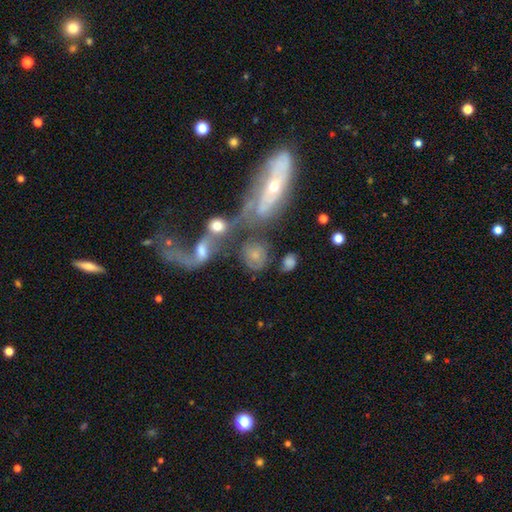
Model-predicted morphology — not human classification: Q: Smooth or featured?
A: smooth (56%); runner-up: featured or disk (32%)
Q: How rounded?
A: round (60%); runner-up: in between (37%)
Q: Merging?
A: none (42%); runner-up: merger (30%)